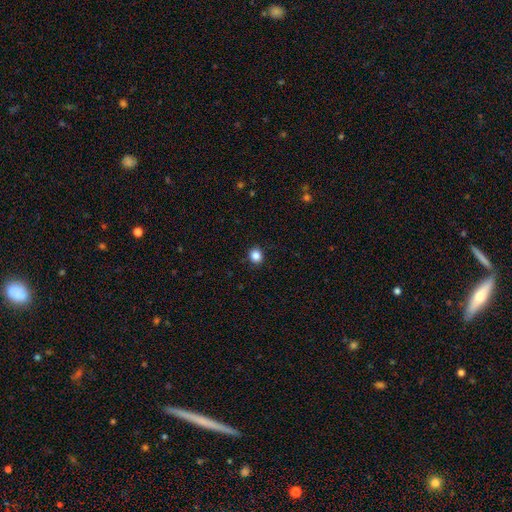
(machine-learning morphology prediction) smooth 86%, star or artifact 10%, featured or disk 4%. Down the decision tree: how rounded — round (75%); merging — none (90%).